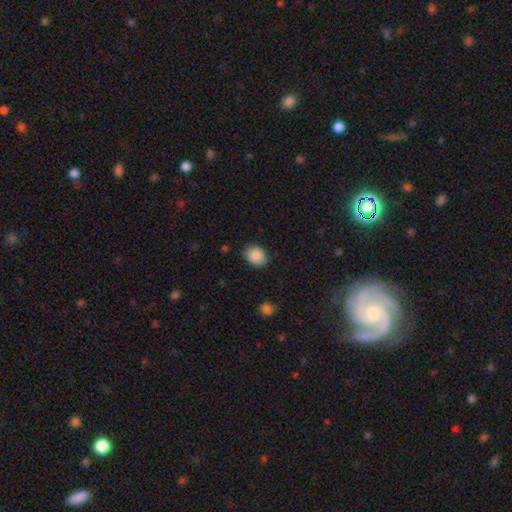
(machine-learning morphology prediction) This is clearly a smooth galaxy (89%). How rounded: possibly in between (55%). Merging: clearly none (85%).